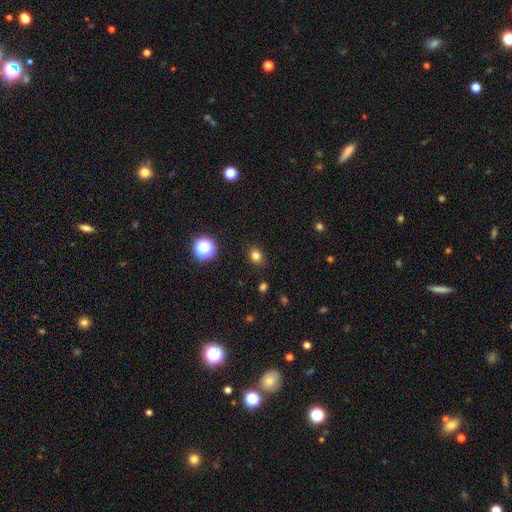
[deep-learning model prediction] smooth 80%, star or artifact 15%, featured or disk 5%. Down the decision tree: how rounded — round (53%); merging — none (88%).